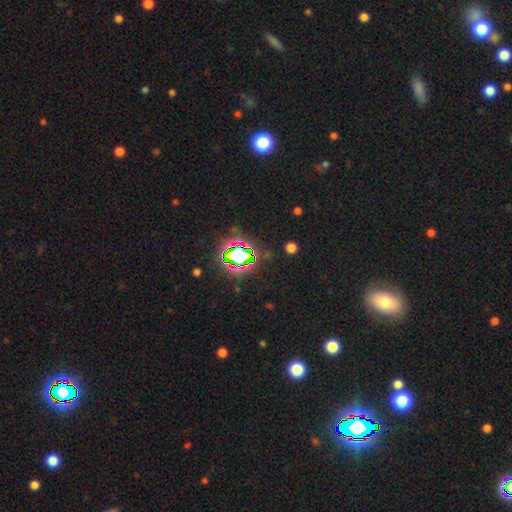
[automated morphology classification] Smooth or featured? Predicted: star or artifact (p=0.77).